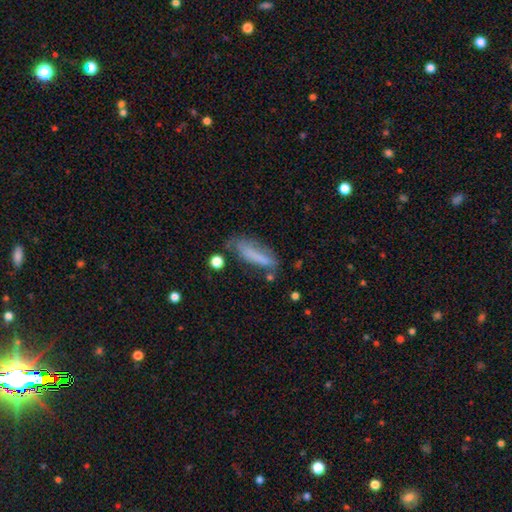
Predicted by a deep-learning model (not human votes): smooth_or_featured: smooth (p=0.71) [alt: featured or disk p=0.20]
how_rounded: cigar-shaped (p=0.63) [alt: in between p=0.35]
merging: none (p=0.51) [alt: minor disturbance p=0.29]